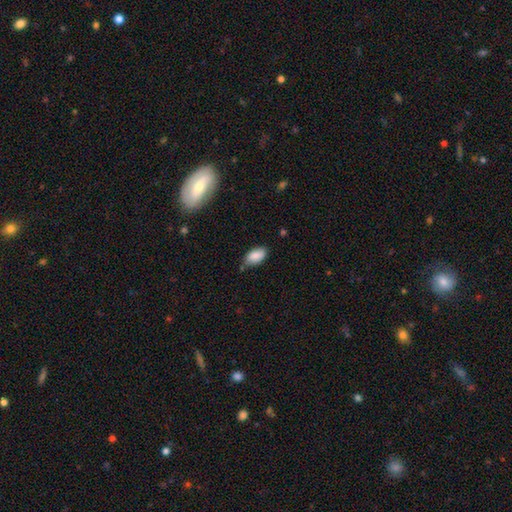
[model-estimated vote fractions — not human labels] smooth 86%, featured or disk 7%, star or artifact 7%. Down the decision tree: how rounded — in between (94%); merging — none (73%).